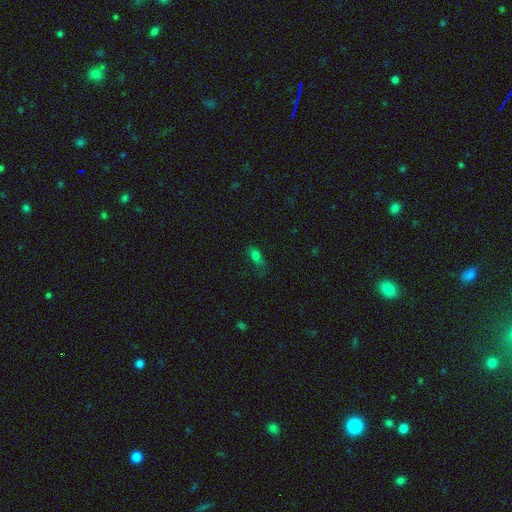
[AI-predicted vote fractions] Smooth or featured? Predicted: smooth (p=0.72). How rounded? Predicted: in between (p=0.74). Merging? Predicted: none (p=0.60).